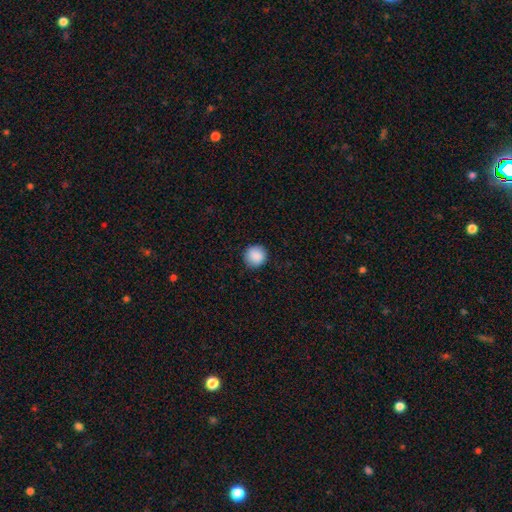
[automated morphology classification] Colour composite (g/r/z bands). It shows a smooth galaxy with no disk features (89%) that is round (93%). Merging: none (89%).